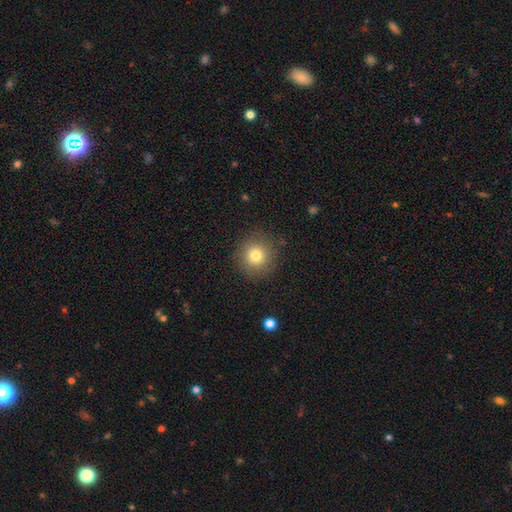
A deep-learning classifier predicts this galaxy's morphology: smooth-or-featured: smooth: 78% | star or artifact: 12% | featured or disk: 10%
  how-rounded: round: 94% | in between: 5% | cigar-shaped: 1%
  merging: none: 88% | minor disturbance: 8% | major disturbance: 3% | merger: 1%